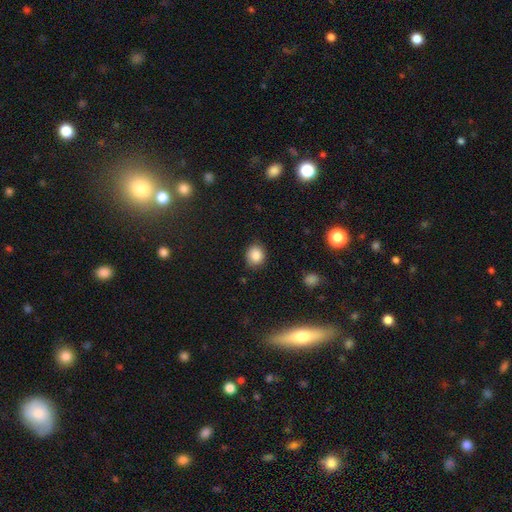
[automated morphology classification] smooth_or_featured: smooth (p=0.85) [alt: star or artifact p=0.10]
how_rounded: round (p=0.74) [alt: in between p=0.25]
merging: none (p=0.83) [alt: minor disturbance p=0.13]